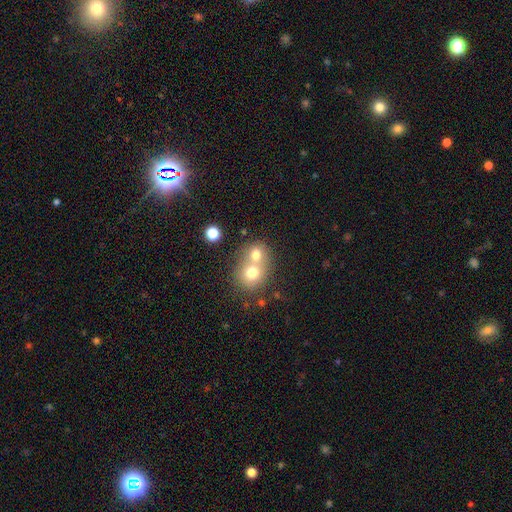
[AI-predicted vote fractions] A smooth galaxy with no disk features (57%) that is round (76%).

Vote fractions:
- Smooth or featured? smooth: 57% / star or artifact: 24% / featured or disk: 19%
- How rounded? round: 76% / in between: 23% / cigar-shaped: 1%
- Merging? merger: 57% / none: 34% / minor disturbance: 6% / major disturbance: 3%